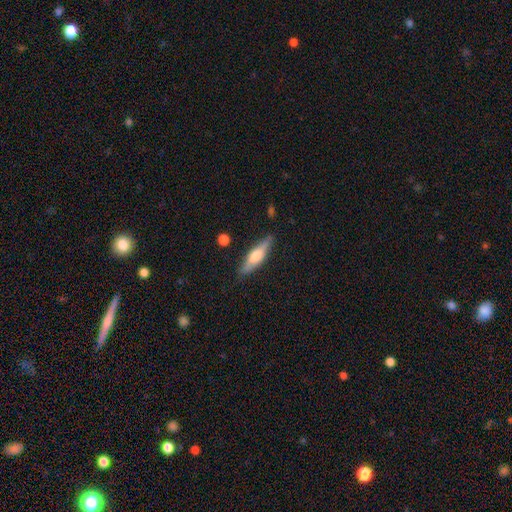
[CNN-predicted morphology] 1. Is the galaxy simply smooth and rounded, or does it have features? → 48% smooth, 45% featured or disk, 6% star or artifact.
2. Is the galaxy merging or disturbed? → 85% none, 11% minor disturbance, 2% major disturbance, 2% merger.